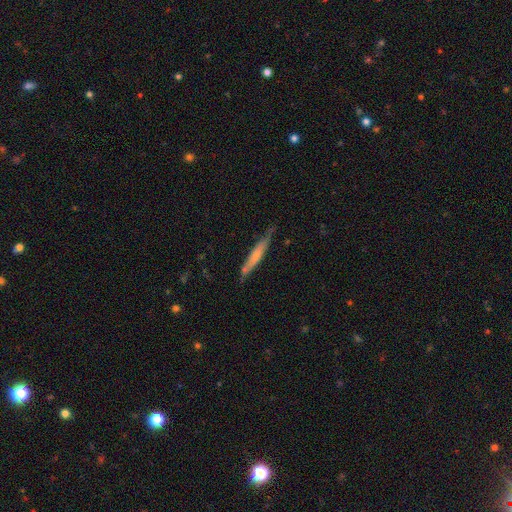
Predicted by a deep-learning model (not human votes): smooth-or-featured: smooth: 55% | featured or disk: 39% | star or artifact: 6%
  how-rounded: cigar-shaped: 93% | in between: 5% | round: 1%
  merging: none: 73% | minor disturbance: 19% | merger: 4% | major disturbance: 3%